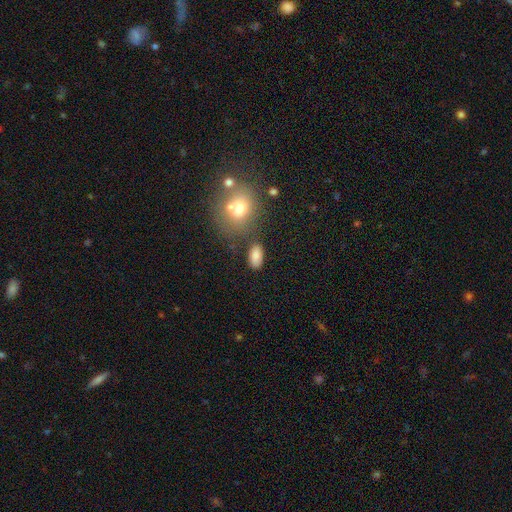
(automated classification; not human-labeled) smooth_or_featured: smooth (p=0.84) [alt: star or artifact p=0.09]
how_rounded: in between (p=0.91) [alt: round p=0.06]
merging: none (p=0.77) [alt: minor disturbance p=0.13]